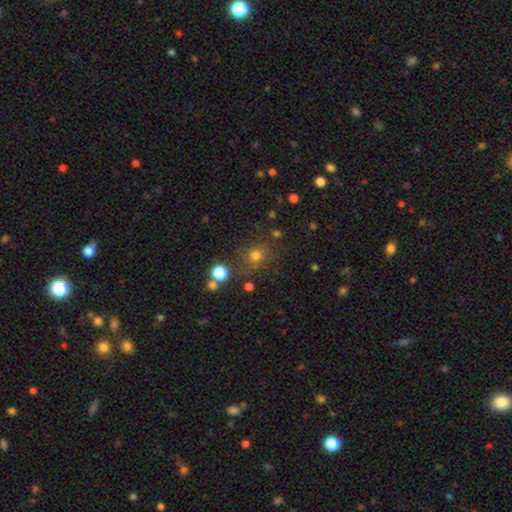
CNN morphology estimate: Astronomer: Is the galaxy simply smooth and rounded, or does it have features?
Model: smooth — 71%.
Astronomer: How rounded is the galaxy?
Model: round — 83%.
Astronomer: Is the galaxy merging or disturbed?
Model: none — 74%.